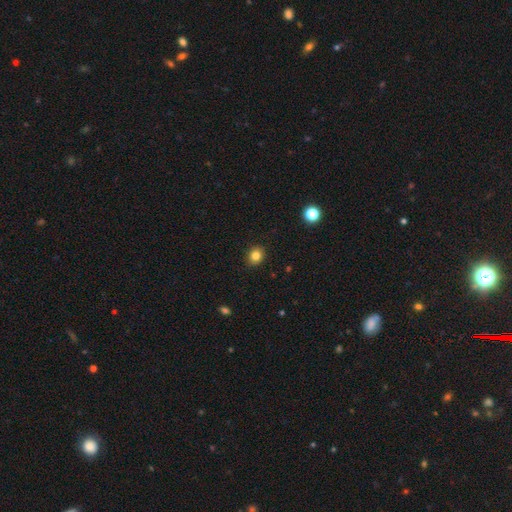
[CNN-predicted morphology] smooth 83%, star or artifact 11%, featured or disk 6%. Down the decision tree: how rounded — round (67%); merging — none (90%).